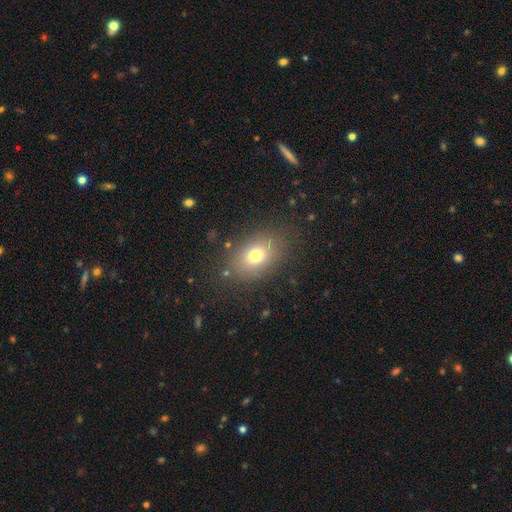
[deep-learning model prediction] Smooth or featured? smooth (73%)
How rounded? in between (76%)
Merging? none (80%)